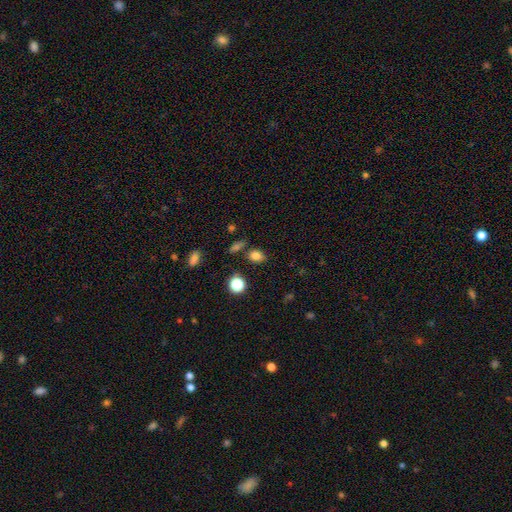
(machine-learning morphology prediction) Smooth or featured: smooth — 80% (star or artifact — 14%)
How rounded: in between — 66% (round — 32%)
Merging: none — 77% (minor disturbance — 12%)